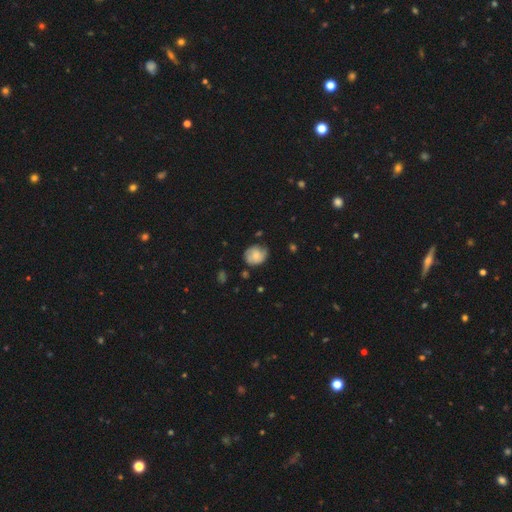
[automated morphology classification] smooth-or-featured: smooth: 57% | featured or disk: 35% | star or artifact: 8%
  how-rounded: round: 71% | in between: 29% | cigar-shaped: 1%
  merging: none: 60% | minor disturbance: 29% | major disturbance: 8% | merger: 2%